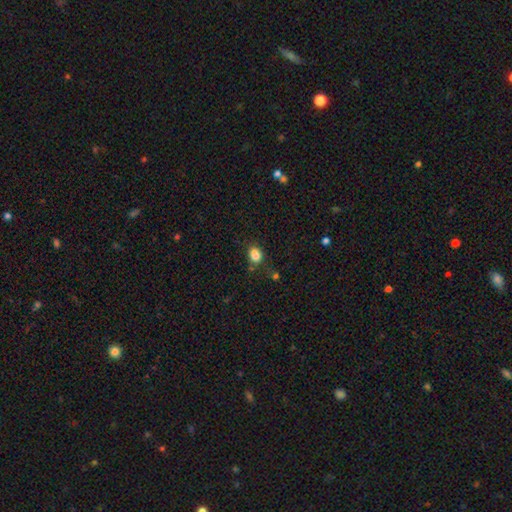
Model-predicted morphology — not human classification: smooth_or_featured: smooth (p=0.83) [alt: star or artifact p=0.11]
how_rounded: in between (p=0.64) [alt: round p=0.35]
merging: none (p=0.69) [alt: minor disturbance p=0.19]